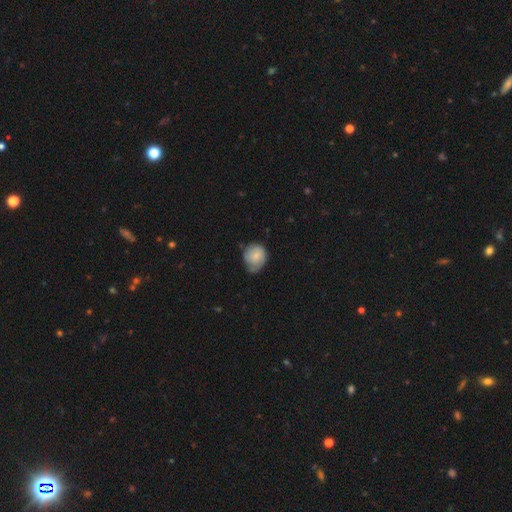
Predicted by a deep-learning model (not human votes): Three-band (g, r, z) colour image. It shows a smooth galaxy with no disk features (71%) that is round (73%). Merging: none (45%).